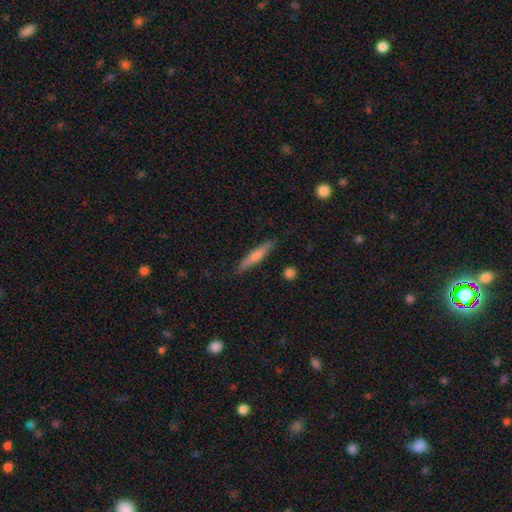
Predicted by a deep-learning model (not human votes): A smooth galaxy with no disk features (59%) that is cigar-shaped (93%). Merging: none (88%).